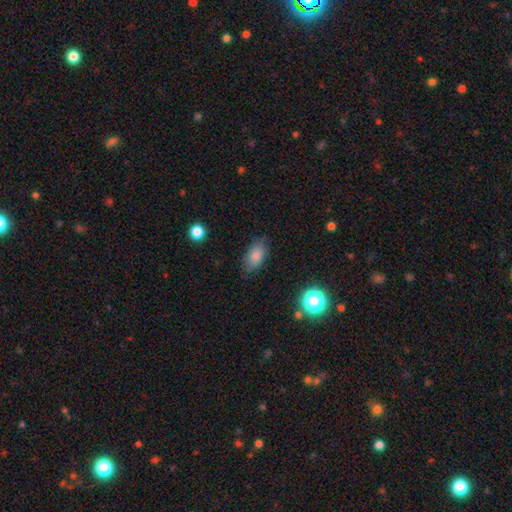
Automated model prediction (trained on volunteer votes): Overall: smooth (82%). How rounded: in between (90%). Merging: none (79%).